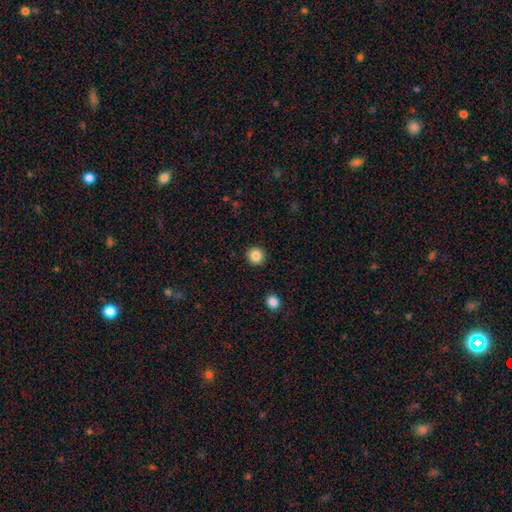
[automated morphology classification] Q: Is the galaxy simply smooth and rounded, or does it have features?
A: smooth — 86%.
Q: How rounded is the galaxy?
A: round — 94%.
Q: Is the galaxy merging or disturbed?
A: none — 92%.